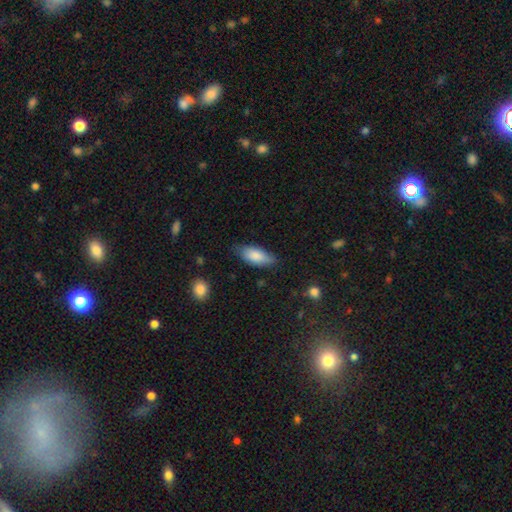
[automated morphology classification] Smooth or featured: smooth — 84% (featured or disk — 10%)
How rounded: in between — 85% (cigar-shaped — 13%)
Merging: none — 71% (minor disturbance — 24%)